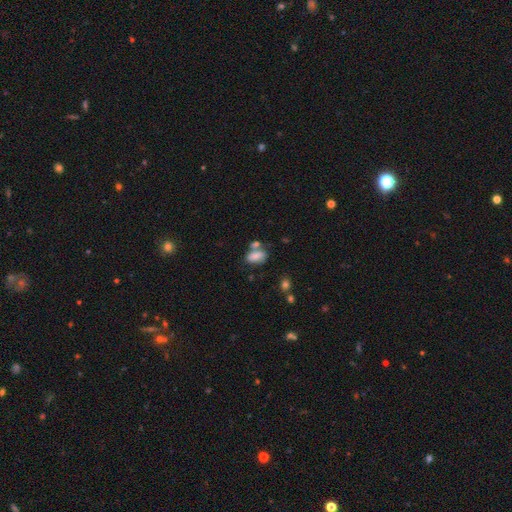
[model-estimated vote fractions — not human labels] Q: Smooth or featured?
A: smooth (77%); runner-up: featured or disk (13%)
Q: How rounded?
A: in between (88%); runner-up: round (7%)
Q: Merging?
A: none (43%); runner-up: merger (34%)